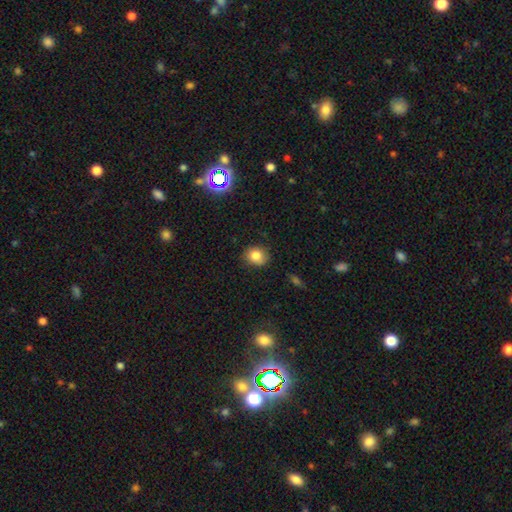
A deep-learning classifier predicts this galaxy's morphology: Overall: smooth (81%). How rounded: round (70%). Merging: none (84%).